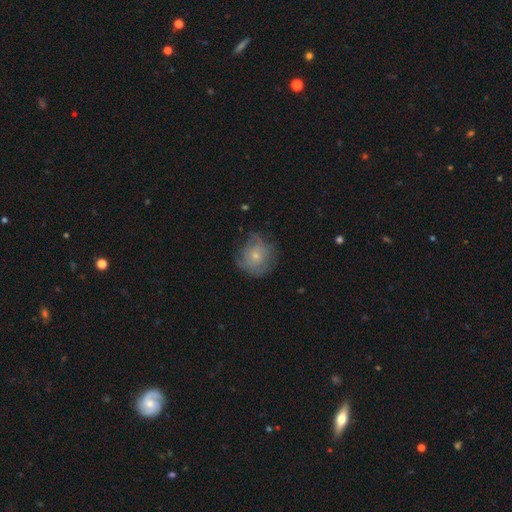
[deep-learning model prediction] A smooth galaxy with no disk features (51%) that is round (84%). Merging: none (60%).